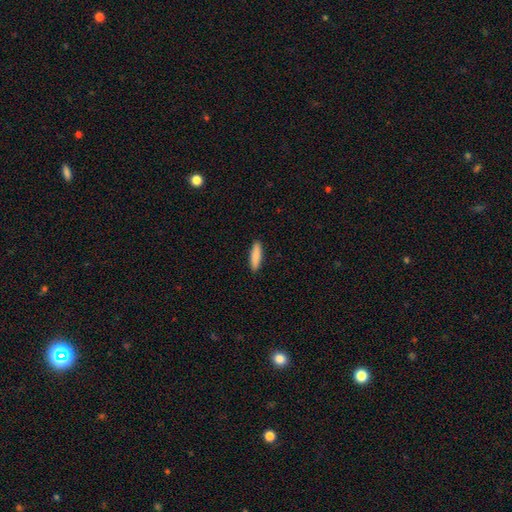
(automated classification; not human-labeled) Smooth or featured: smooth — 88% (featured or disk — 6%)
How rounded: cigar-shaped — 70% (in between — 28%)
Merging: none — 91% (minor disturbance — 7%)